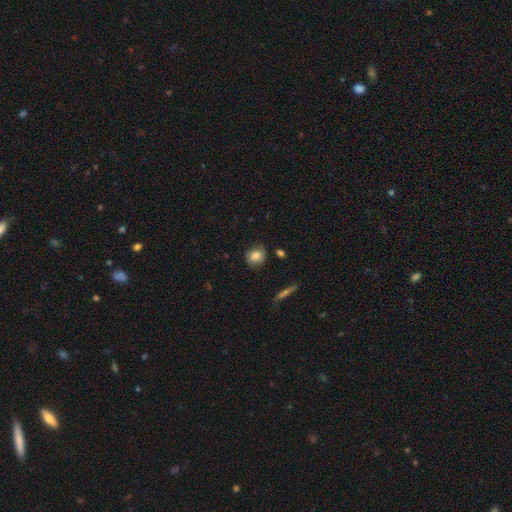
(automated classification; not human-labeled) smooth_or_featured: smooth (p=0.79) [alt: featured or disk p=0.13]
how_rounded: round (p=0.76) [alt: in between p=0.22]
merging: none (p=0.77) [alt: minor disturbance p=0.17]